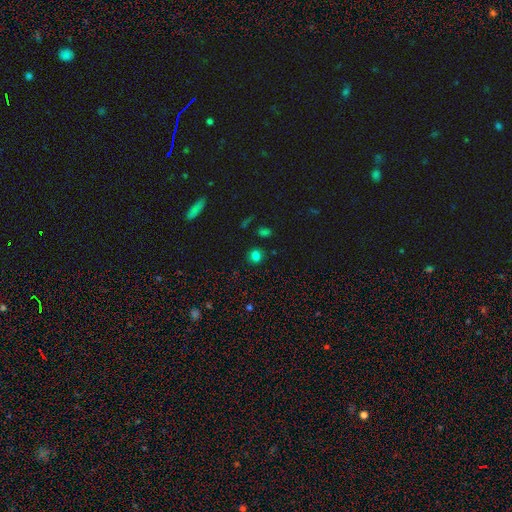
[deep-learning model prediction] Q: Smooth or featured?
A: smooth (80%); runner-up: star or artifact (14%)
Q: How rounded?
A: round (84%); runner-up: in between (15%)
Q: Merging?
A: none (87%); runner-up: minor disturbance (8%)